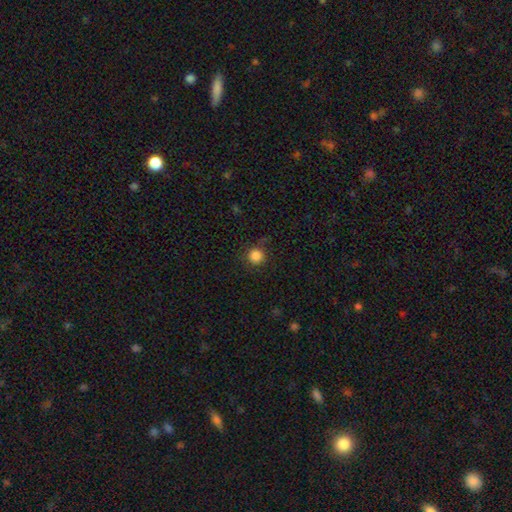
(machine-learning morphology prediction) This appears to be a smooth galaxy with no disk features (84%) that is round (94%). Merging: none (81%).